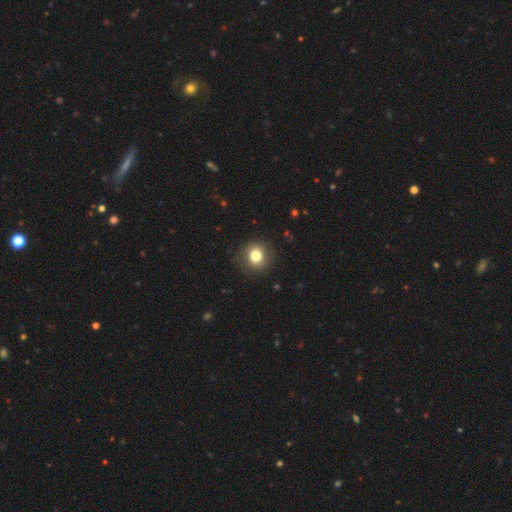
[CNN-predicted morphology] Overall: smooth (81%). How rounded: round (81%). Merging: none (88%).